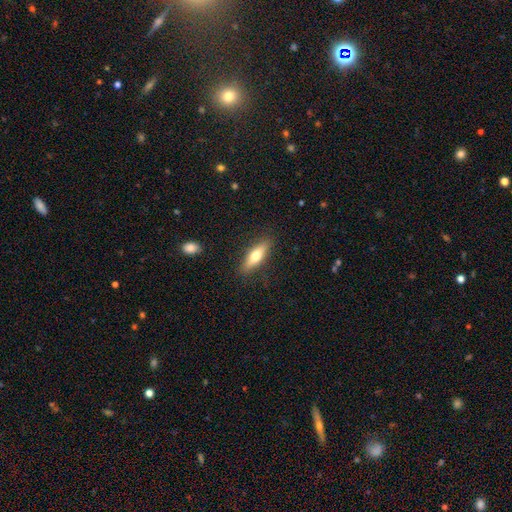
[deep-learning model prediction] Smooth or featured: smooth — 60% (featured or disk — 34%)
How rounded: cigar-shaped — 59% (in between — 39%)
Merging: none — 87% (minor disturbance — 10%)